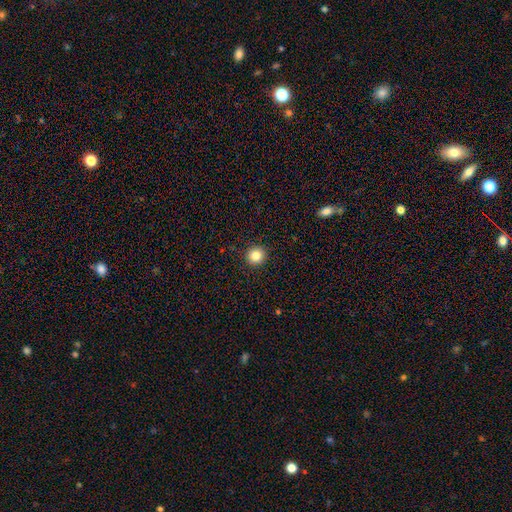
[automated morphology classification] A smooth galaxy with no disk features (84%) that is round (93%). Merging: none (93%).